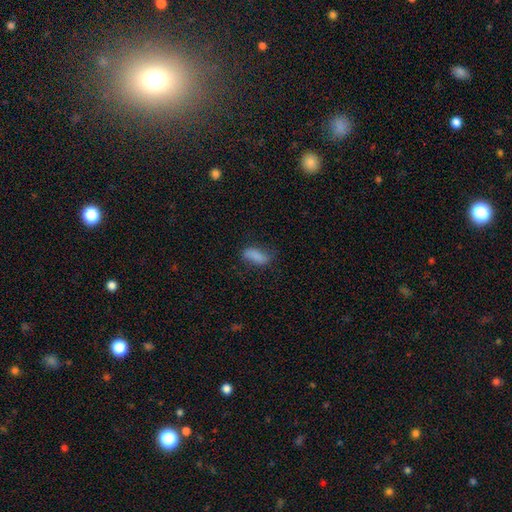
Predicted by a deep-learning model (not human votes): Morphology: type=smooth (81%); roundness=in between (81%); merging=none (68%).